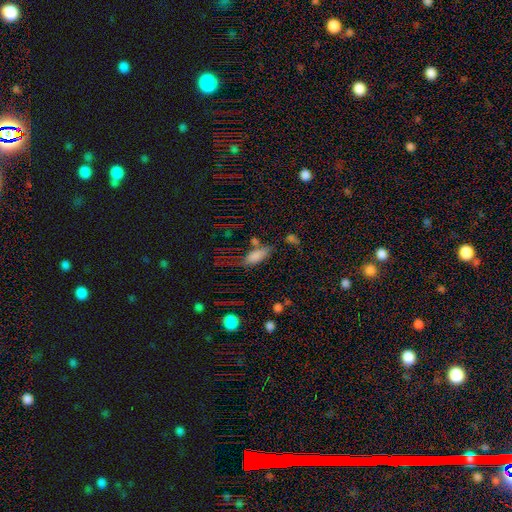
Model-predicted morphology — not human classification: smooth_or_featured: smooth (p=0.73) [alt: featured or disk p=0.13]
how_rounded: in between (p=0.71) [alt: cigar-shaped p=0.23]
merging: none (p=0.43) [alt: minor disturbance p=0.23]